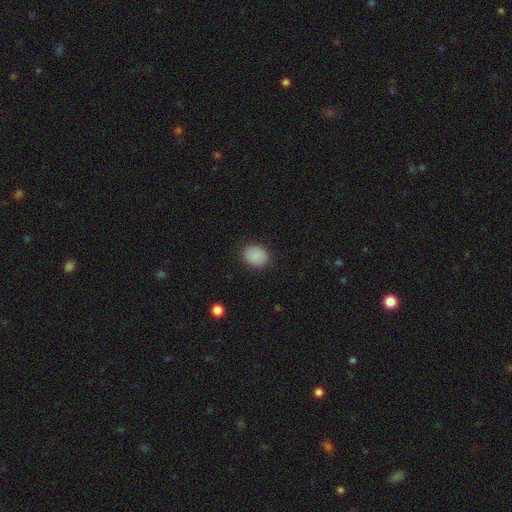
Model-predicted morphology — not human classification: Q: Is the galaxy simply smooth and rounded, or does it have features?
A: smooth — 88%.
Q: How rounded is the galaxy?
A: round — 53%.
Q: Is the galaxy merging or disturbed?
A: none — 87%.